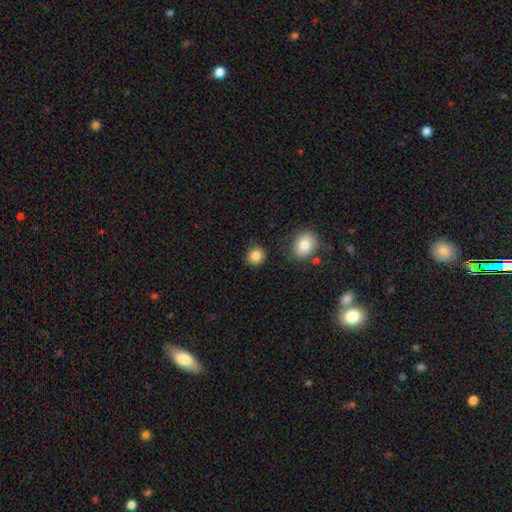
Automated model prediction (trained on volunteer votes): smooth 86%, star or artifact 10%, featured or disk 4%. Down the decision tree: how rounded — round (86%); merging — none (85%).